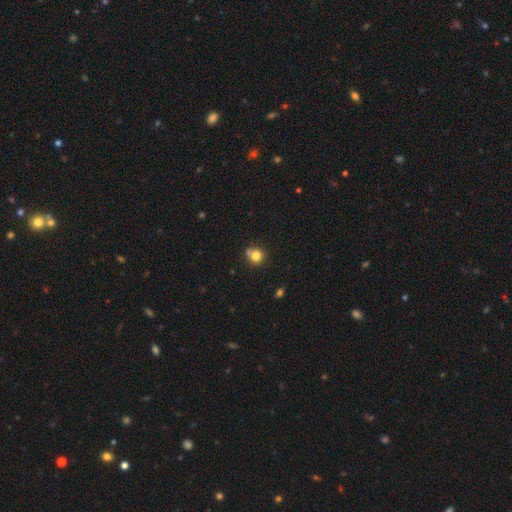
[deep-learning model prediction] Q: Smooth or featured?
A: smooth (78%); runner-up: star or artifact (12%)
Q: How rounded?
A: round (85%); runner-up: in between (14%)
Q: Merging?
A: none (59%); runner-up: merger (20%)